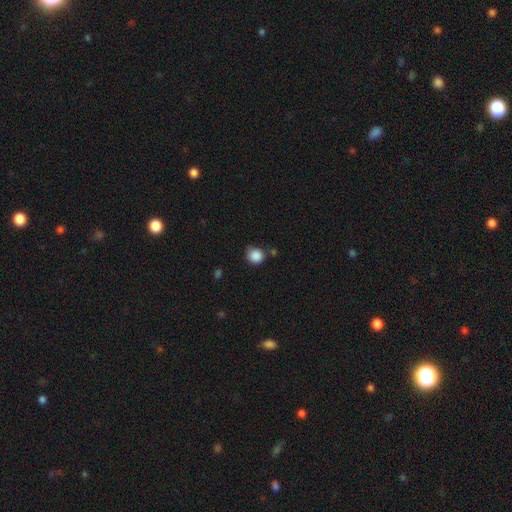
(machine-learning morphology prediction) A smooth galaxy with no disk features (88%) that is round (87%). Merging: none (72%).